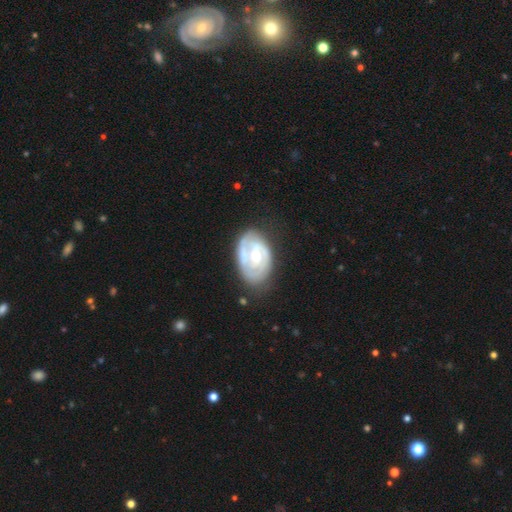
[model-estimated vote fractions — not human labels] The model was most divided on "spiral arm count": 2: 45%, can't tell: 27%, 1: 13%, 3: 10%, 4: 3%, more than 4: 2%. More confident: edge-on disk — no (96%); spiral arms — yes (84%); smooth or featured — featured or disk (82%); bulge size — moderate (71%); merging — none (66%); spiral winding — tight (64%); bar — no (56%).